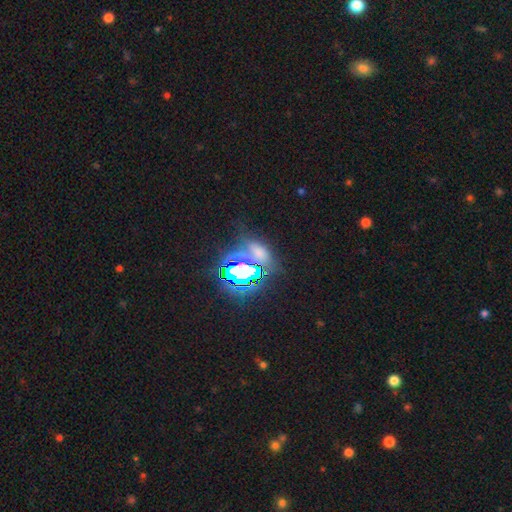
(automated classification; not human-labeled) smooth_or_featured: star or artifact (p=0.56) [alt: smooth p=0.32]